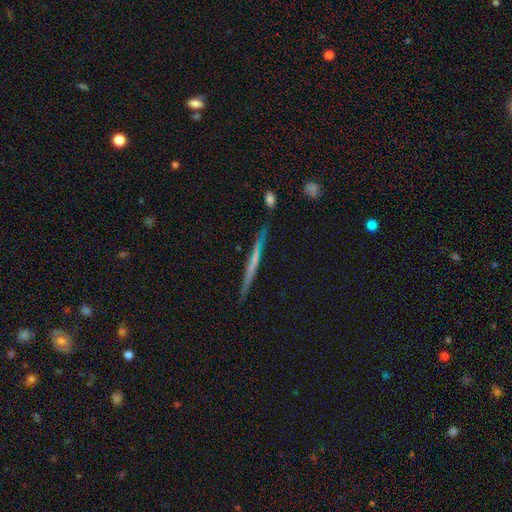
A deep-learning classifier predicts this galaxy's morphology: smooth_or_featured: featured or disk (p=0.56) [alt: smooth p=0.37]
disk_edge_on: yes (p=0.96) [alt: no p=0.04]
edge_on_bulge: none (p=0.84) [alt: rounded p=0.10]
merging: none (p=0.86) [alt: minor disturbance p=0.10]